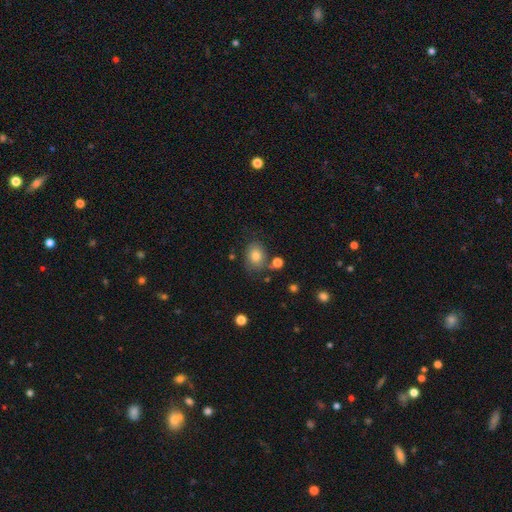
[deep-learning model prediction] Smooth or featured?
  - smooth: 76% *
  - featured or disk: 14%
  - star or artifact: 11%
How rounded?
  - in between: 54% *
  - round: 45%
  - cigar-shaped: 1%
Merging?
  - none: 66% *
  - minor disturbance: 19%
  - major disturbance: 7%
  - merger: 7%